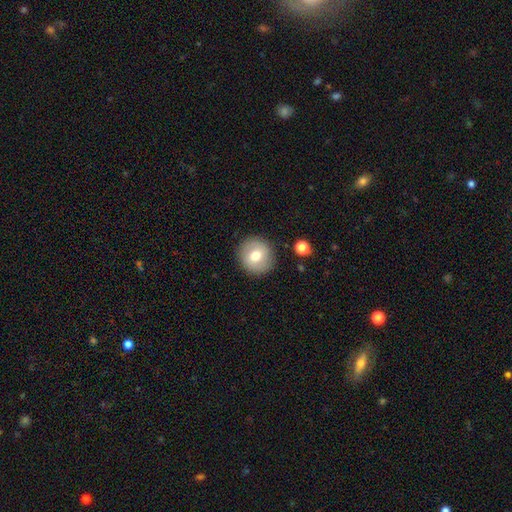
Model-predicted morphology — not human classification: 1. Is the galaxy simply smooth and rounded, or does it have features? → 70% smooth, 22% featured or disk, 8% star or artifact.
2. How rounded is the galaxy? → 92% round, 8% in between, 1% cigar-shaped.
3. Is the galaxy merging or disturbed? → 88% none, 8% minor disturbance, 2% major disturbance, 2% merger.